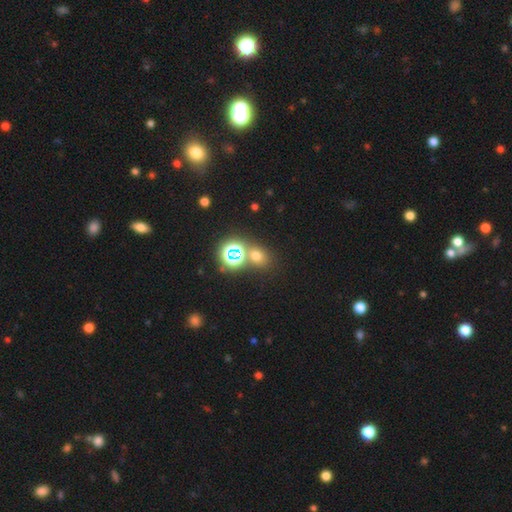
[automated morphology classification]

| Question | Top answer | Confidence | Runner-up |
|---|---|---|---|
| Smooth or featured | smooth | 56% | star or artifact (37%) |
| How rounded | round | 67% | in between (32%) |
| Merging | none | 69% | merger (18%) |